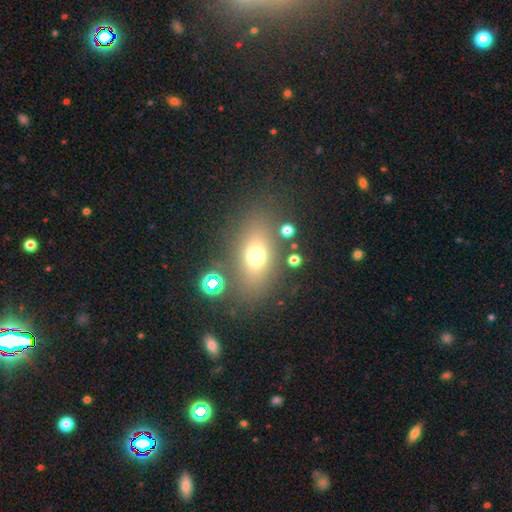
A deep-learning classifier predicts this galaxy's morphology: A smooth galaxy with no disk features (66%) that is in between round and cigar-shaped (69%).

Vote fractions:
- Smooth or featured? smooth: 66% / star or artifact: 18% / featured or disk: 16%
- How rounded? in between: 69% / round: 26% / cigar-shaped: 5%
- Merging? none: 77% / minor disturbance: 11% / major disturbance: 7% / merger: 6%